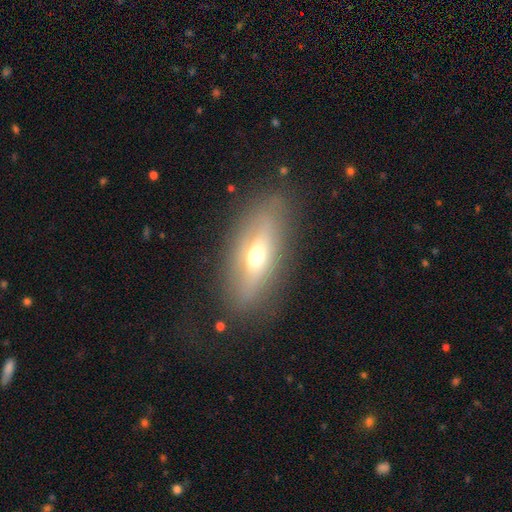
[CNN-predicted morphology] smooth-or-featured: featured or disk: 47% | smooth: 44% | star or artifact: 9%
  merging: none: 80% | minor disturbance: 13% | major disturbance: 5% | merger: 2%